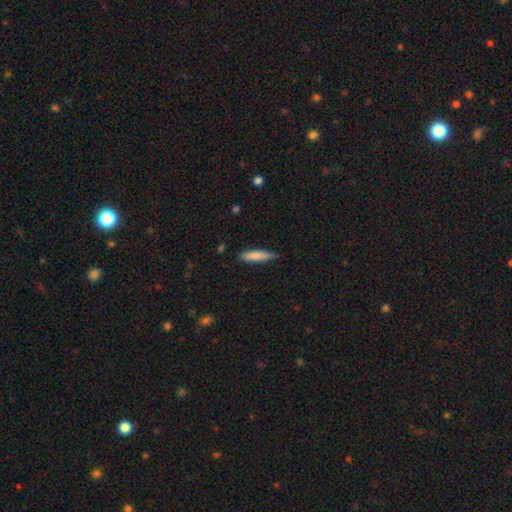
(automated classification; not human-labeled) smooth 79%, featured or disk 15%, star or artifact 6%. Down the decision tree: how rounded — cigar-shaped (85%); merging — none (81%).